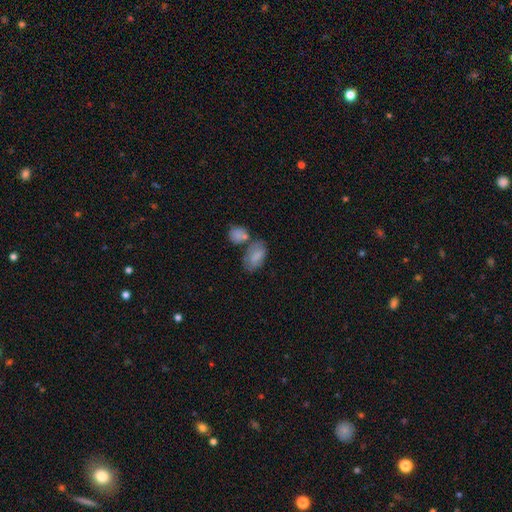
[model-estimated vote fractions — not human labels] This is likely a smooth galaxy (77%). How rounded: clearly in between (91%). Merging: marginally none (45%).